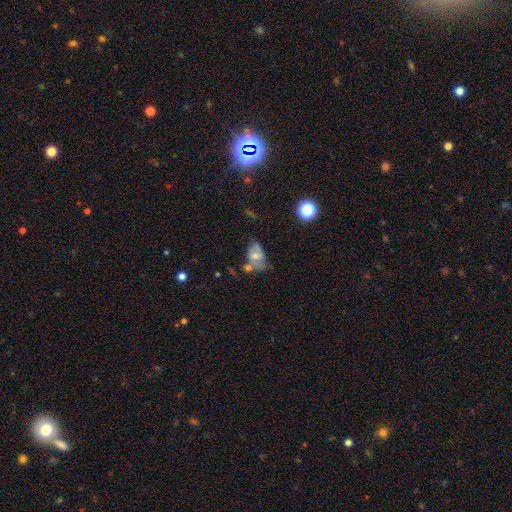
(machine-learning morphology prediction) Smooth or featured? Predicted: smooth (p=0.52). How rounded? Predicted: in between (p=0.82). Merging? Predicted: none (p=0.35).